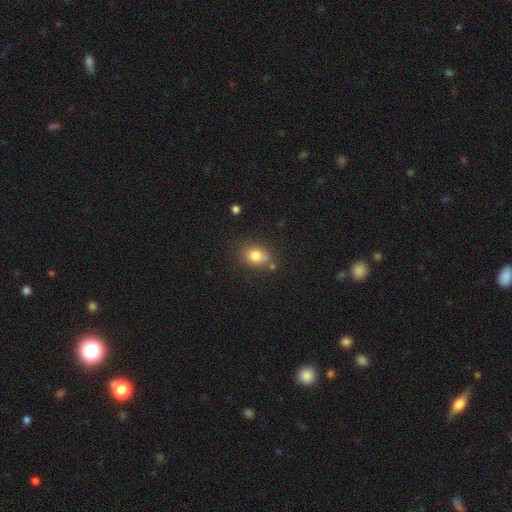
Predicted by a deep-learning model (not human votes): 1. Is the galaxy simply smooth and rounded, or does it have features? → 79% smooth, 11% star or artifact, 9% featured or disk.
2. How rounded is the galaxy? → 59% round, 40% in between, 1% cigar-shaped.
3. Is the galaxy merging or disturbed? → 64% none, 17% minor disturbance, 14% merger, 5% major disturbance.